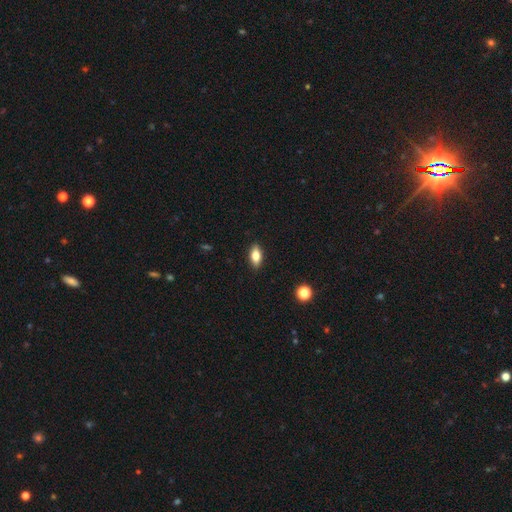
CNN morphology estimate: This appears to be a smooth galaxy with no disk features (73%) that is in between round and cigar-shaped (84%). Merging: none (89%).